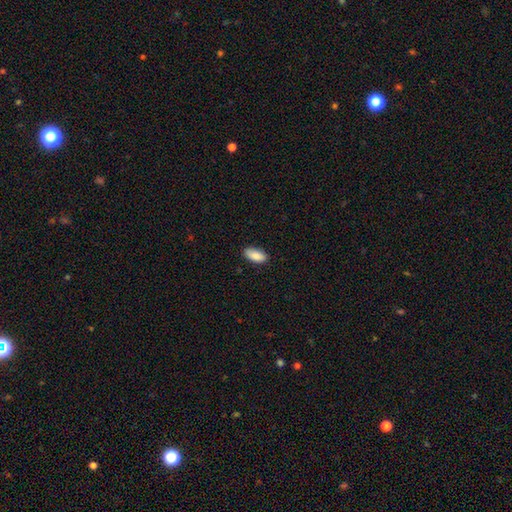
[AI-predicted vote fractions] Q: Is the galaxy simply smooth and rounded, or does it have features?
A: smooth — 89%.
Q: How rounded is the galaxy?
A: in between — 90%.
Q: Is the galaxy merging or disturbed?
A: none — 87%.